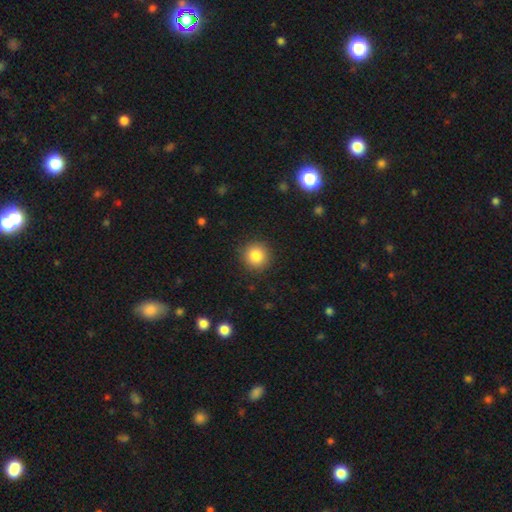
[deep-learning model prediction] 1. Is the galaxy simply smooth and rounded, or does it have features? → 85% smooth, 10% star or artifact, 6% featured or disk.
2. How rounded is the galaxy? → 94% round, 6% in between, 1% cigar-shaped.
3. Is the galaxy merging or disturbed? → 90% none, 7% minor disturbance, 2% major disturbance, 1% merger.